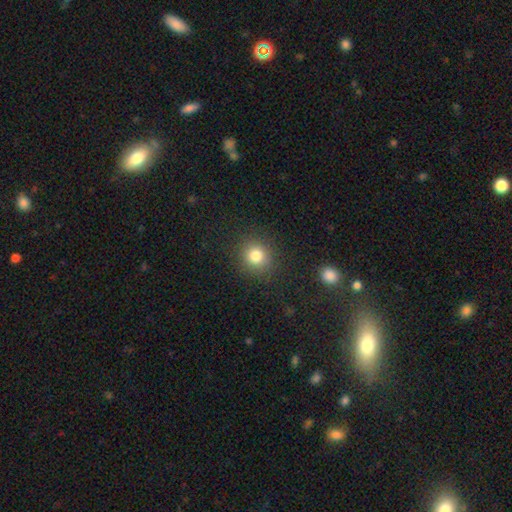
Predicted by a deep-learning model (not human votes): Smooth or featured? Predicted: smooth (p=0.81). How rounded? Predicted: round (p=0.87). Merging? Predicted: none (p=0.88).